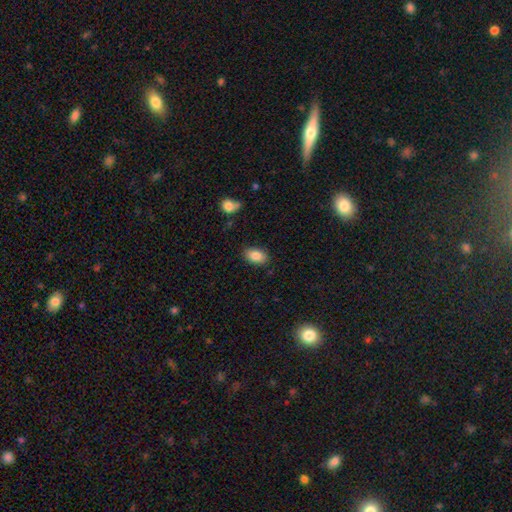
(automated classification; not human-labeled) Overall: smooth (86%). How rounded: in between (90%). Merging: none (86%).